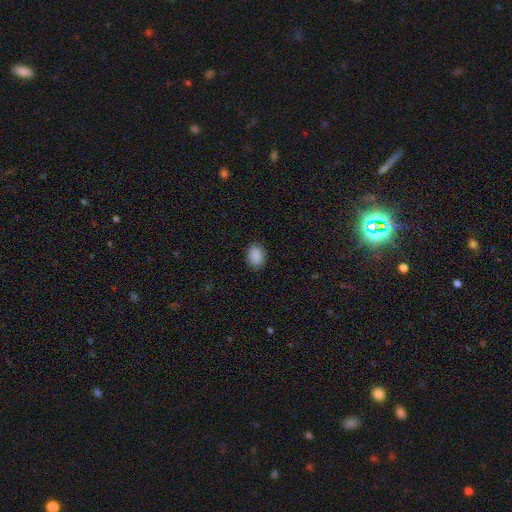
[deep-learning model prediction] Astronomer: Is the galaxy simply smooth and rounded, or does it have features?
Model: smooth — 90%.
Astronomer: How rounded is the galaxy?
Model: in between — 71%.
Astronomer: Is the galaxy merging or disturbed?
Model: none — 88%.